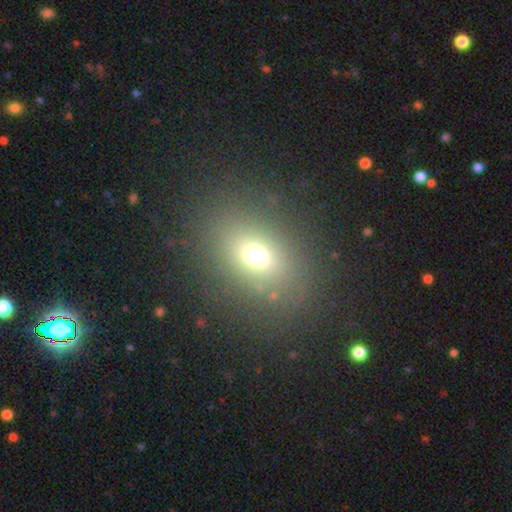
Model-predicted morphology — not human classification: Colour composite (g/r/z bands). It shows a smooth galaxy with no disk features (67%) that is in between round and cigar-shaped (59%). Merging: none (83%).